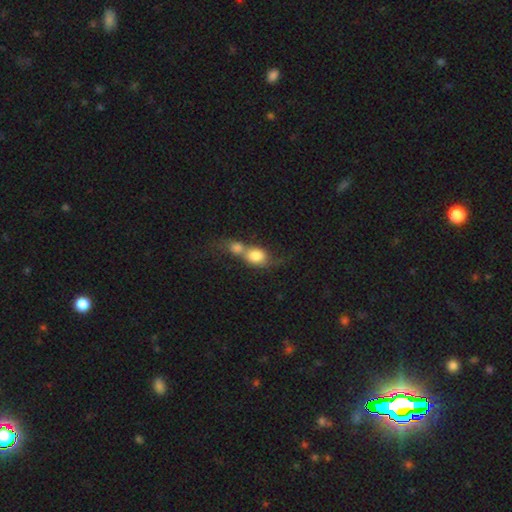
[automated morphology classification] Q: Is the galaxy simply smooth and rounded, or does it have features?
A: smooth — 75%.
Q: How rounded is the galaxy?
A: round — 54%.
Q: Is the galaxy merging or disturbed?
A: merger — 77%.